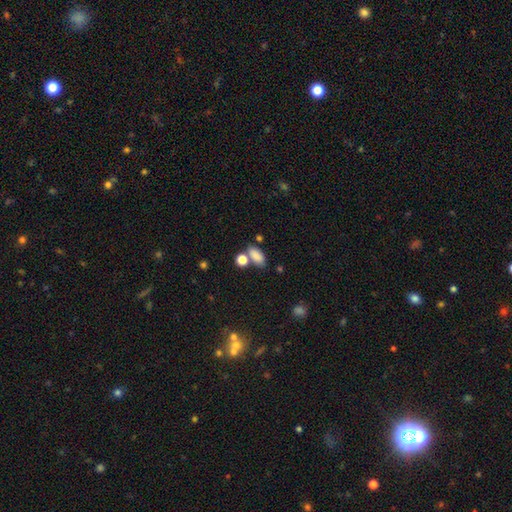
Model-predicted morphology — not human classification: A smooth galaxy with no disk features (84%) that is in between round and cigar-shaped (86%). Merging: none (59%).